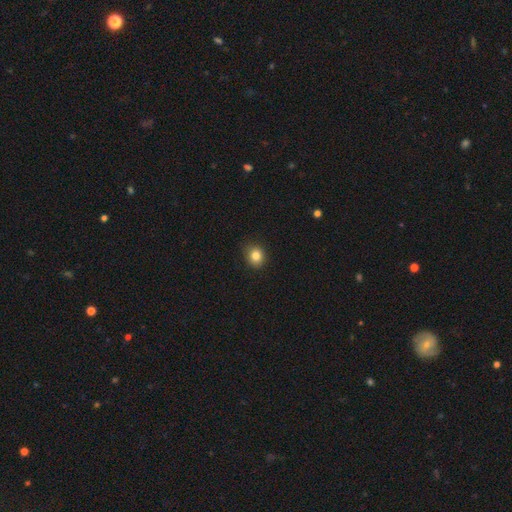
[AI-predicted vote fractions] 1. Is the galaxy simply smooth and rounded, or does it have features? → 83% smooth, 11% star or artifact, 6% featured or disk.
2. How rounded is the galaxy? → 74% round, 25% in between, 1% cigar-shaped.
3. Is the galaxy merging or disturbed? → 87% none, 10% minor disturbance, 2% major disturbance, 1% merger.